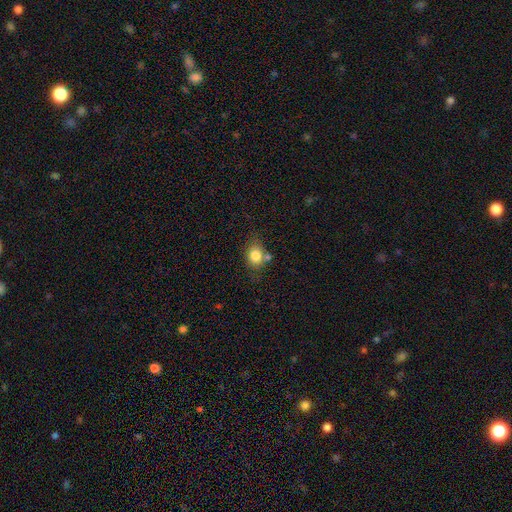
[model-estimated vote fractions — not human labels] Smooth or featured?
  - smooth: 81% *
  - star or artifact: 10%
  - featured or disk: 9%
How rounded?
  - round: 49% * (tied)
  - in between: 49% * (tied)
  - cigar-shaped: 1%
Merging?
  - none: 60% *
  - minor disturbance: 18%
  - merger: 16%
  - major disturbance: 6%